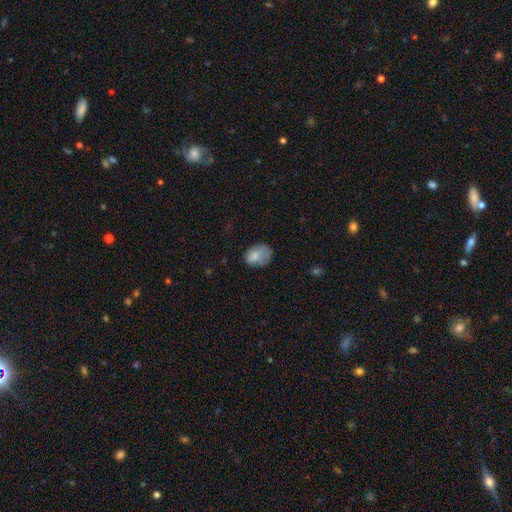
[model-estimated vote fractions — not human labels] Overall: smooth (77%). How rounded: in between (70%). Merging: none (48%; minor disturbance 34%).